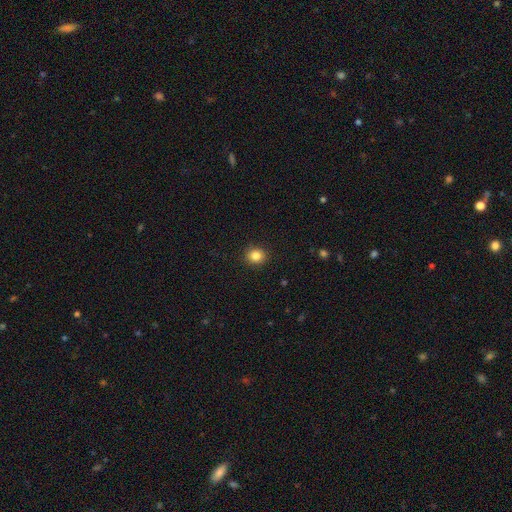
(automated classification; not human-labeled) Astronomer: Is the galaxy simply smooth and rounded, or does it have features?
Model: smooth — 84%.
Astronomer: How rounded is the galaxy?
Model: round — 86%.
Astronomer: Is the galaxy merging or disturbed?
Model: none — 91%.